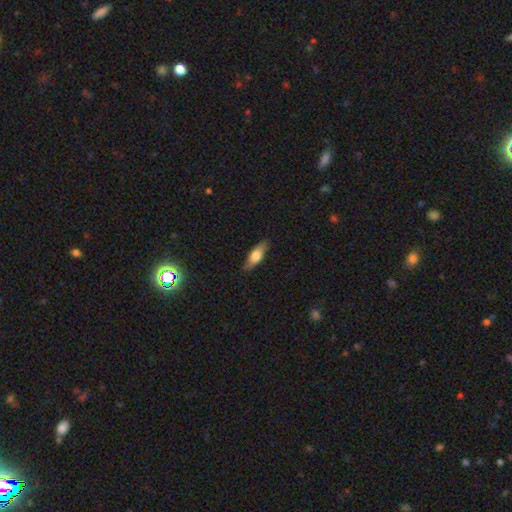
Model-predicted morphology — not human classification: The model was most divided on "how rounded": in between: 56%, cigar-shaped: 41%, round: 3%. More confident: merging — none (86%); smooth or featured — smooth (66%).